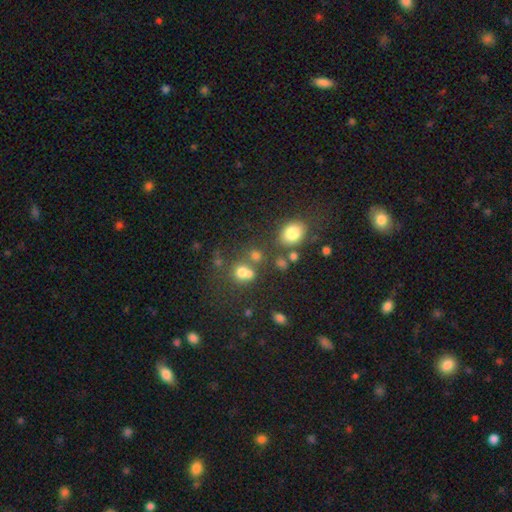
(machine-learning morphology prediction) Smooth or featured? Predicted: smooth (p=0.68). How rounded? Predicted: round (p=0.73). Merging? Predicted: none (p=0.50).